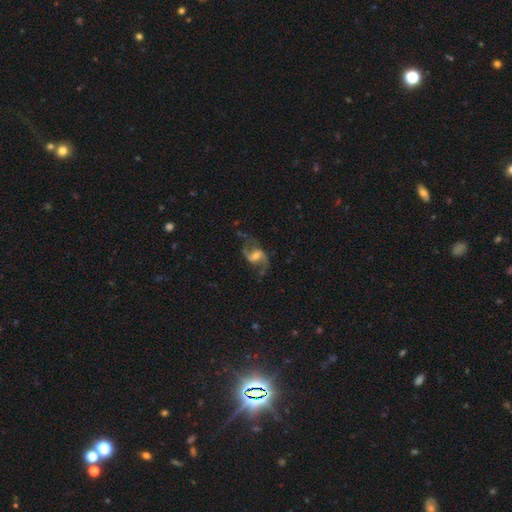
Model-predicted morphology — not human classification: type=featured or disk (84%); edge-on=no (97%); bar=weak (53%); spiral arms=yes (95%); winding=loose (68%); arm count=2 (91%); bulge=moderate (46%); merging=none (67%).